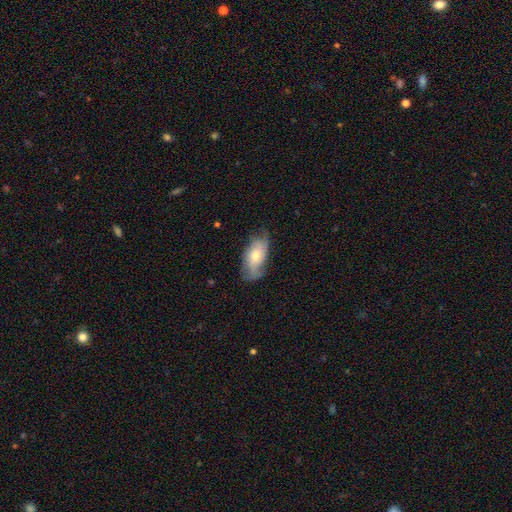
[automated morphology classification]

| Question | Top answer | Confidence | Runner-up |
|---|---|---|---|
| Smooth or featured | smooth | 47% | featured or disk (46%) |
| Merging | none | 59% | minor disturbance (29%) |